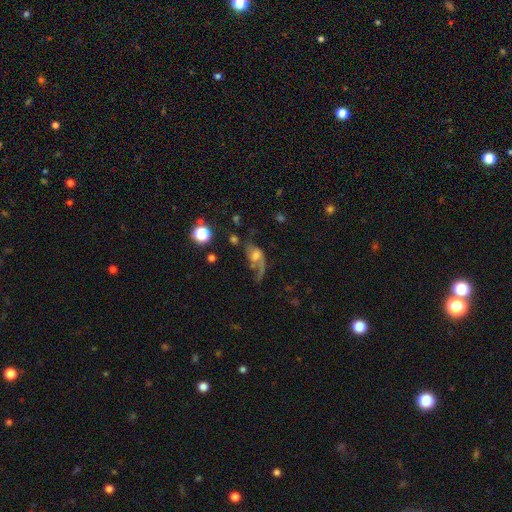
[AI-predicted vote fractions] smooth-or-featured: featured or disk: 62% | smooth: 26% | star or artifact: 12%
  disk-edge-on: no: 94% | yes: 6%
    bar: no: 57% | weak: 34% | strong: 9%
    has-spiral-arms: yes: 81% | no: 19%
    bulge-size: moderate: 40% | small: 29% | none: 15% | large: 13% | dominant: 3%
  merging: major disturbance: 45% | none: 28% | minor disturbance: 17% | merger: 9%